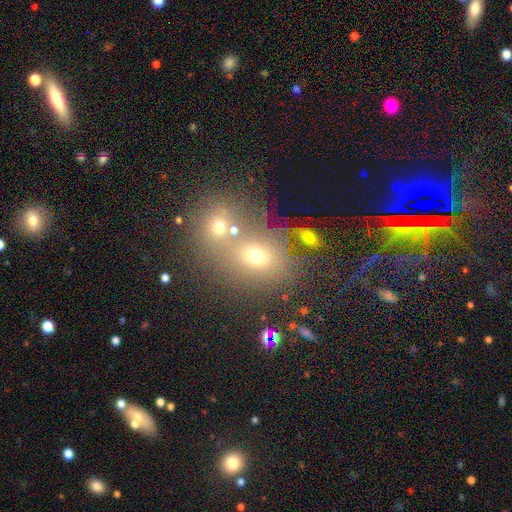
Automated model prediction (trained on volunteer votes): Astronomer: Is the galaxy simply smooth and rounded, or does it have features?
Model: smooth — 61%.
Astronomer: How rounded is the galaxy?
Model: round — 51% (runner-up: in between, 47%).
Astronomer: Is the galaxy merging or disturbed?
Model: none — 44% (runner-up: merger, 39%).